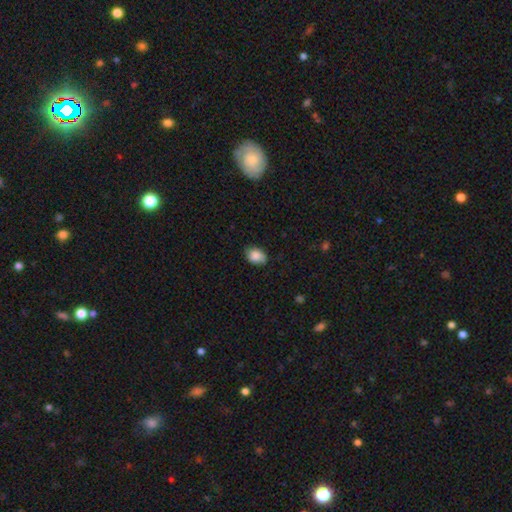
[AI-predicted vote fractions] A smooth galaxy with no disk features (86%) that is in between round and cigar-shaped (73%).

Vote fractions:
- Smooth or featured? smooth: 86% / star or artifact: 8% / featured or disk: 6%
- How rounded? in between: 73% / round: 26% / cigar-shaped: 1%
- Merging? none: 77% / minor disturbance: 19% / major disturbance: 3% / merger: 1%